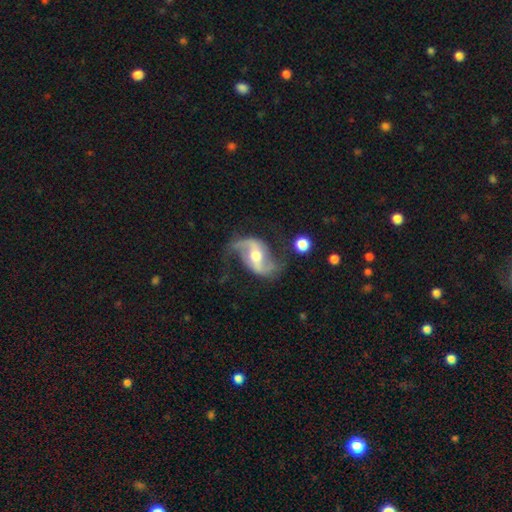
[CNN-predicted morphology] Smooth or featured?
  - featured or disk: 89% *
  - smooth: 6%
  - star or artifact: 5%
Edge-on disk?
  - no: 96% *
  - yes: 4%
Bar?
  - strong: 41% *
  - weak: 39%
  - no: 21%
Spiral arms?
  - yes: 96% *
  - no: 4%
Spiral winding?
  - loose: 59% *
  - medium: 33%
  - tight: 7%
Spiral arm count?
  - 2: 92% *
  - 1: 3%
  - can't tell: 2%
  - 3: 1%
  - 4: 1%
  - more than 4: 1%
Bulge size?
  - moderate: 69% *
  - small: 19%
  - large: 9%
  - none: 2%
  - dominant: 1%
Merging?
  - none: 68% *
  - minor disturbance: 17%
  - major disturbance: 12%
  - merger: 3%